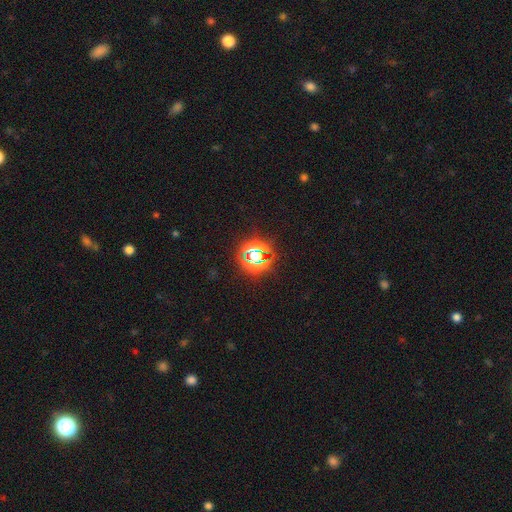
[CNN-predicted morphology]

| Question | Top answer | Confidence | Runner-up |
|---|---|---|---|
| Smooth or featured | star or artifact | 68% | smooth (22%) |